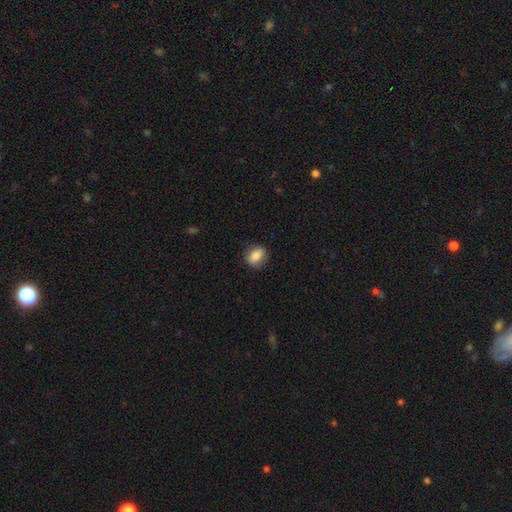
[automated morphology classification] Smooth or featured?
  - smooth: 78% *
  - featured or disk: 14%
  - star or artifact: 8%
How rounded?
  - in between: 55% *
  - round: 43%
  - cigar-shaped: 2%
Merging?
  - none: 82% *
  - minor disturbance: 13%
  - major disturbance: 3%
  - merger: 1%